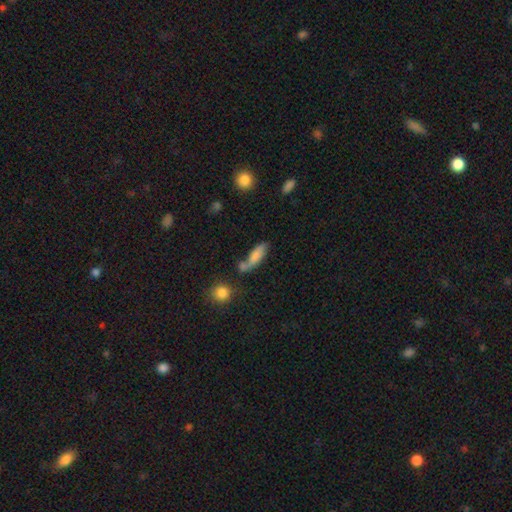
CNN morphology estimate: Smooth or featured?
  - smooth: 74% *
  - featured or disk: 17%
  - star or artifact: 9%
How rounded?
  - in between: 56% *
  - cigar-shaped: 40%
  - round: 4%
Merging?
  - none: 43% *
  - merger: 30%
  - minor disturbance: 18%
  - major disturbance: 9%